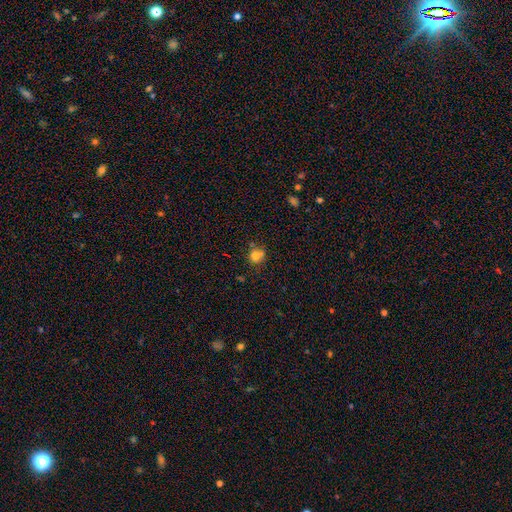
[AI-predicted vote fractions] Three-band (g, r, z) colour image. It shows a smooth galaxy with no disk features (75%) that is round (85%). Merging: none (58%).